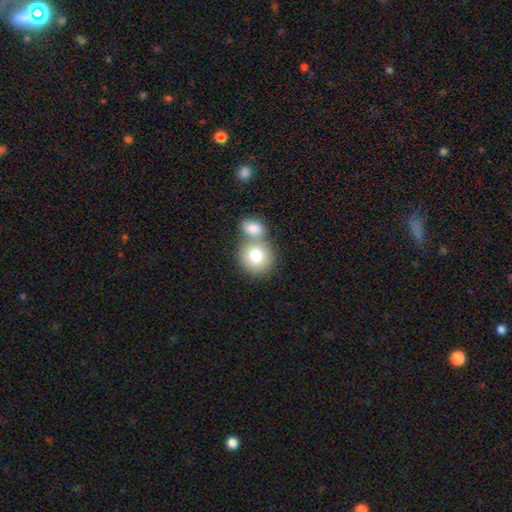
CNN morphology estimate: smooth 78%, featured or disk 14%, star or artifact 8%. Down the decision tree: how rounded — round (81%); merging — merger (45%).